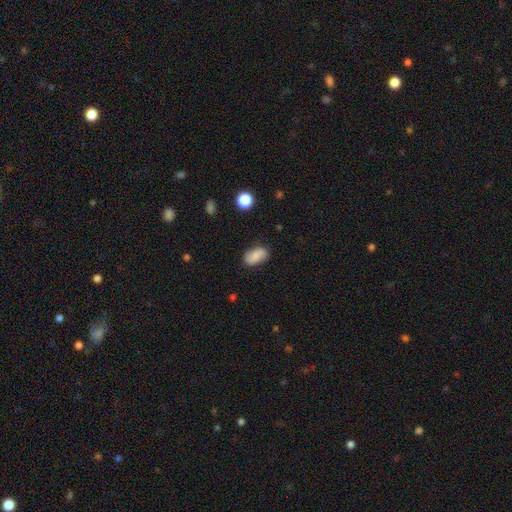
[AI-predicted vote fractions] Smooth or featured? smooth (73%)
How rounded? in between (91%)
Merging? none (81%)